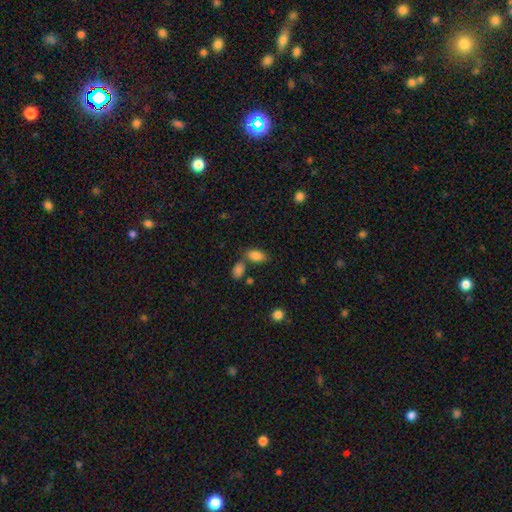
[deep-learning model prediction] Smooth or featured? Predicted: smooth (p=0.84). How rounded? Predicted: in between (p=0.91). Merging? Predicted: none (p=0.63).